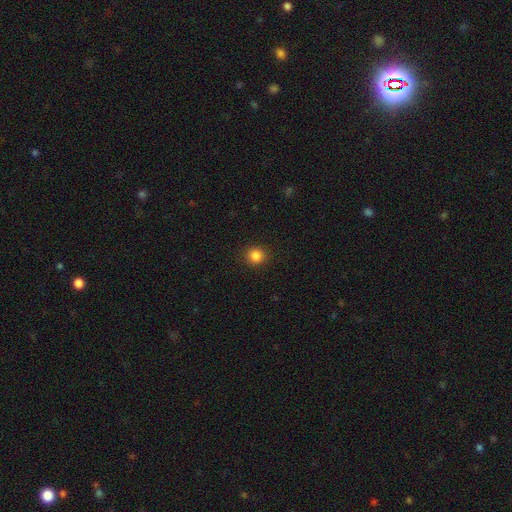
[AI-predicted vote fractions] smooth_or_featured: smooth (p=0.85) [alt: star or artifact p=0.12]
how_rounded: round (p=0.90) [alt: in between p=0.09]
merging: none (p=0.92) [alt: minor disturbance p=0.05]